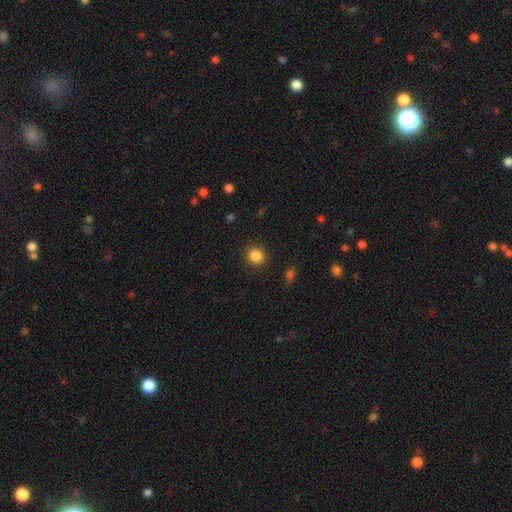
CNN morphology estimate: Q: Smooth or featured?
A: smooth (86%); runner-up: star or artifact (10%)
Q: How rounded?
A: round (89%); runner-up: in between (10%)
Q: Merging?
A: none (90%); runner-up: minor disturbance (7%)